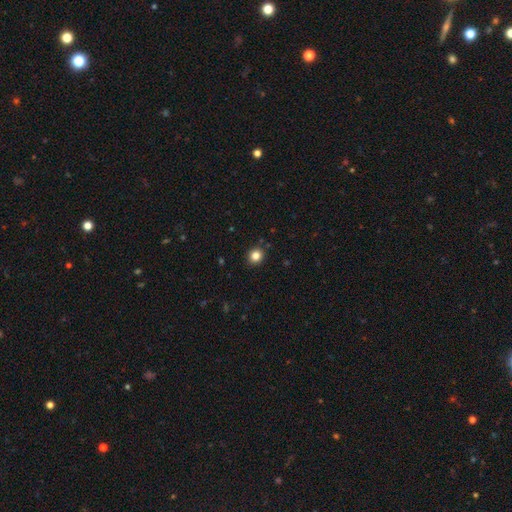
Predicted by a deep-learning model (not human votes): A smooth galaxy with no disk features (84%) that is round (83%). Merging: none (91%).